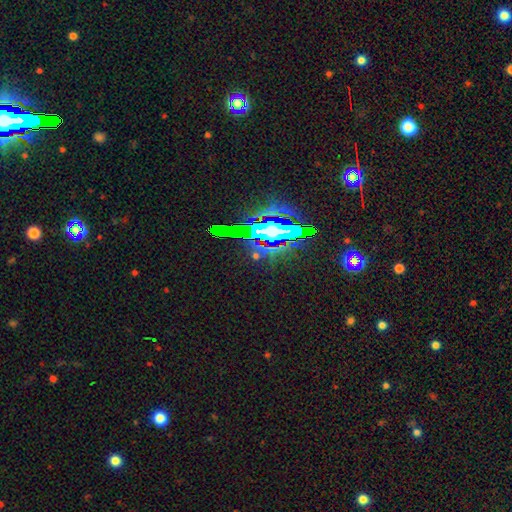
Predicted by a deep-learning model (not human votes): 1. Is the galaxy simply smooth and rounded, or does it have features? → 77% star or artifact, 13% featured or disk, 10% smooth.